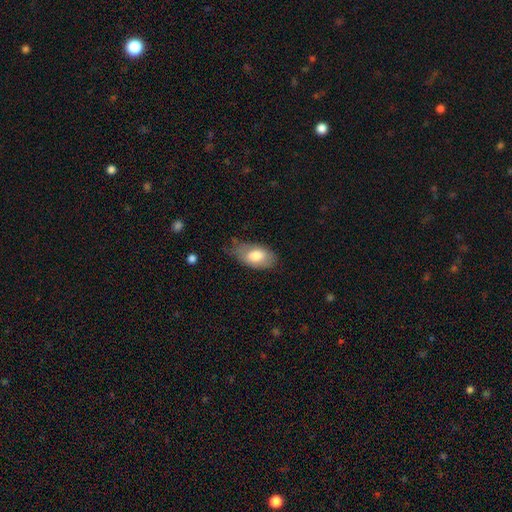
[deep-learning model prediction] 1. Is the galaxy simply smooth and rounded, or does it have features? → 77% smooth, 17% featured or disk, 6% star or artifact.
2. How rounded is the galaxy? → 93% in between, 5% round, 2% cigar-shaped.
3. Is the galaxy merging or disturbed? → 54% none, 34% minor disturbance, 10% major disturbance, 2% merger.